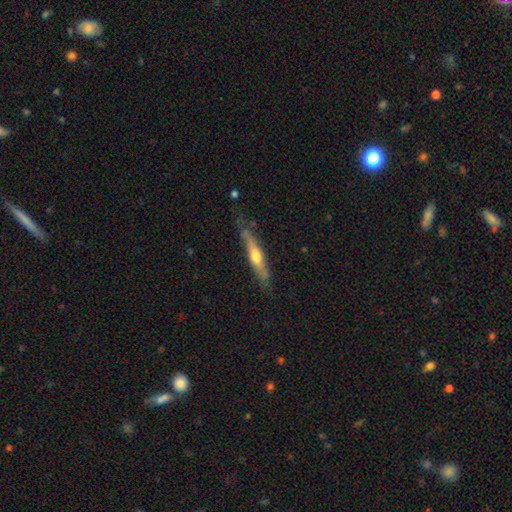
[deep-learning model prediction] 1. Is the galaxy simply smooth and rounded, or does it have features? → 55% featured or disk, 40% smooth, 5% star or artifact.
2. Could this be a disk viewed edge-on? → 88% yes, 12% no.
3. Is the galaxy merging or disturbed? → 71% none, 21% minor disturbance, 5% major disturbance, 2% merger.